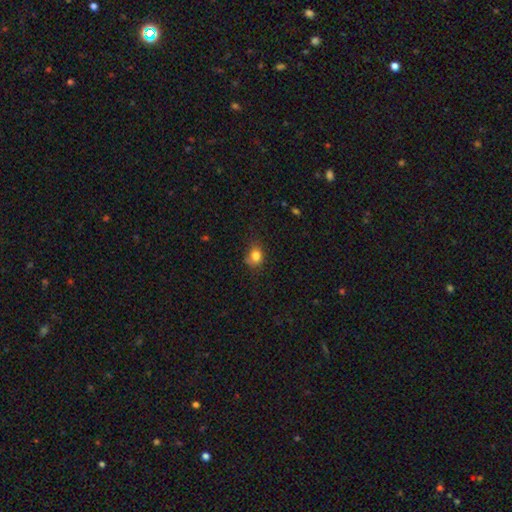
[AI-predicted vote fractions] A smooth galaxy with no disk features (79%) that is round (53%).

Vote fractions:
- Smooth or featured? smooth: 79% / star or artifact: 11% / featured or disk: 9%
- How rounded? round: 53% / in between: 46% / cigar-shaped: 1%
- Merging? none: 61% / minor disturbance: 28% / major disturbance: 9% / merger: 2%